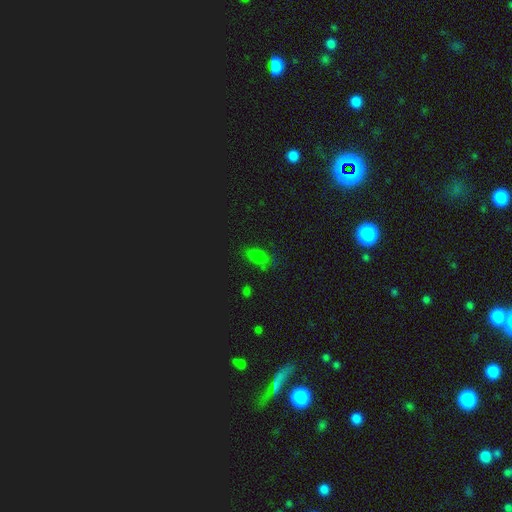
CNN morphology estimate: smooth_or_featured: smooth (p=0.71) [alt: star or artifact p=0.21]
how_rounded: in between (p=0.82) [alt: cigar-shaped p=0.10]
merging: none (p=0.71) [alt: minor disturbance p=0.20]